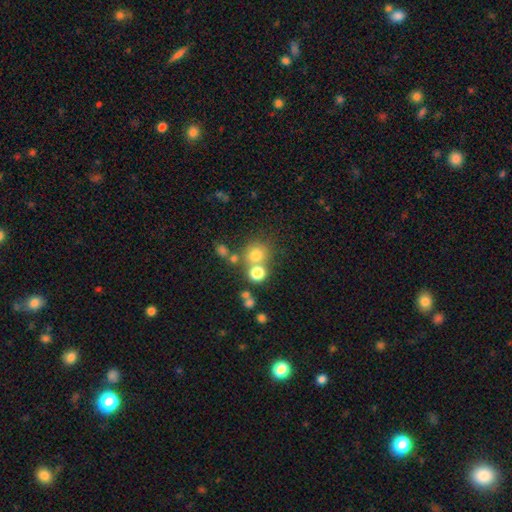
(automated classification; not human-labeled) A smooth galaxy with no disk features (72%) that is round (86%). Merging: none (58%).